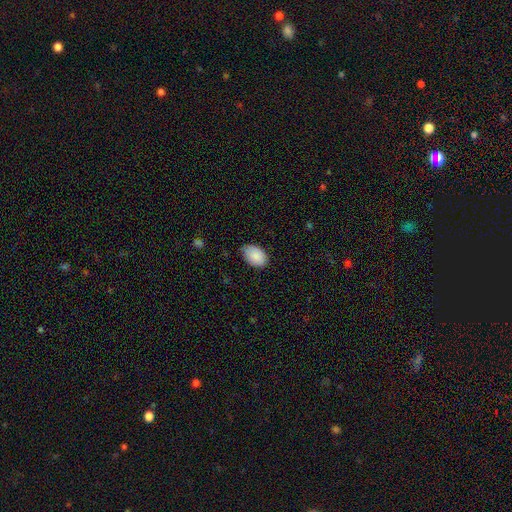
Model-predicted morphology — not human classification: Smooth or featured? Predicted: smooth (p=0.88). How rounded? Predicted: in between (p=0.88). Merging? Predicted: none (p=0.76).